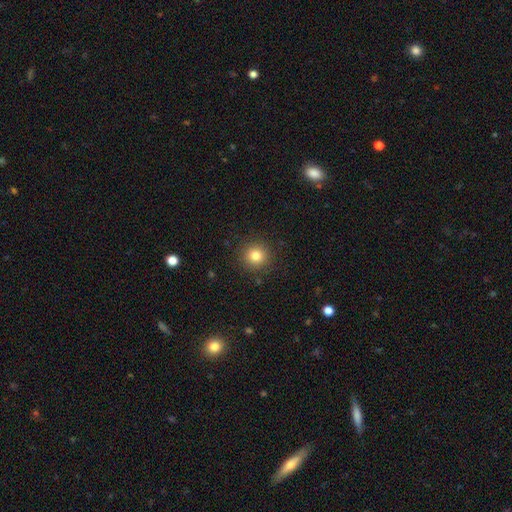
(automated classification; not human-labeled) A smooth galaxy with no disk features (81%) that is round (93%).

Vote fractions:
- Smooth or featured? smooth: 81% / star or artifact: 12% / featured or disk: 7%
- How rounded? round: 93% / in between: 6% / cigar-shaped: 1%
- Merging? none: 90% / minor disturbance: 6% / major disturbance: 2% / merger: 1%